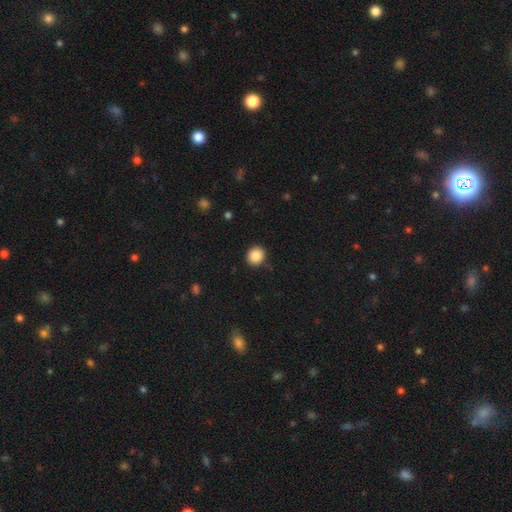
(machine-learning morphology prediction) smooth-or-featured: smooth: 87% | star or artifact: 9% | featured or disk: 4%
  how-rounded: round: 85% | in between: 14% | cigar-shaped: 1%
  merging: none: 89% | minor disturbance: 8% | major disturbance: 2% | merger: 1%